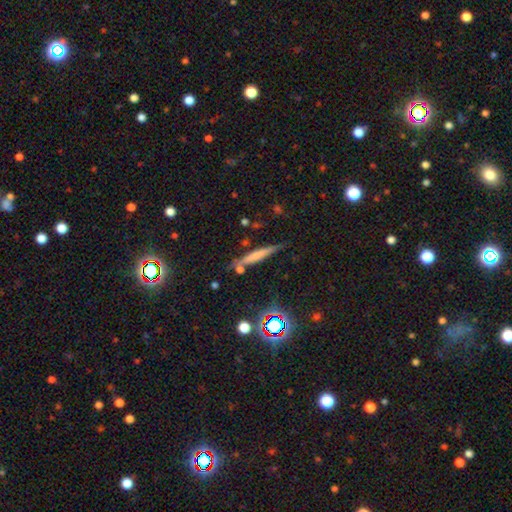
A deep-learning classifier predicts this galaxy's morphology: This is possibly a smooth galaxy (54%). How rounded: clearly cigar-shaped (91%). Merging: likely none (77%).